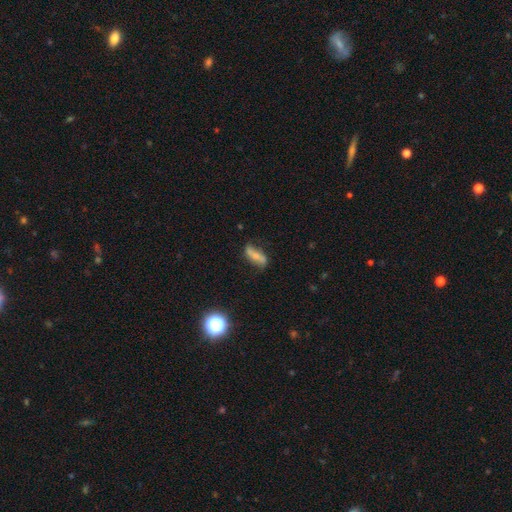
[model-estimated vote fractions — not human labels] The model was most divided on "smooth or featured": featured or disk: 47%, smooth: 43%, star or artifact: 10%. More confident: merging — none (61%).